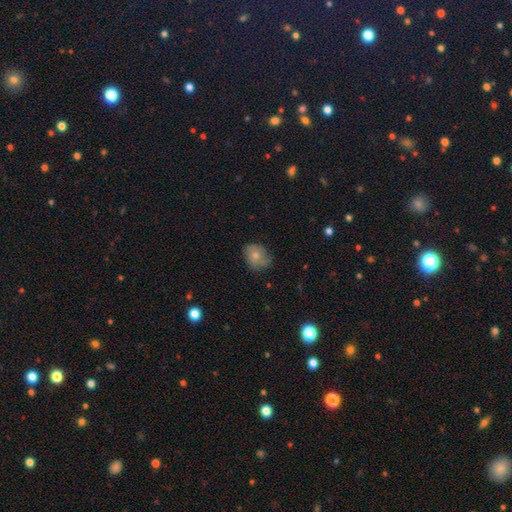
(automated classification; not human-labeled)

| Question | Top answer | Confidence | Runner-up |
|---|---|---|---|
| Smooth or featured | smooth | 64% | featured or disk (27%) |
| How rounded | round | 54% | in between (45%) |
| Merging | none | 62% | minor disturbance (28%) |